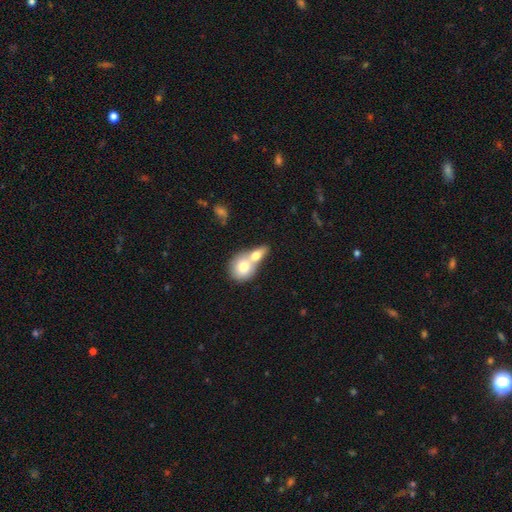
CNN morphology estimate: Smooth or featured? Predicted: smooth (p=0.72). How rounded? Predicted: round (p=0.49). Merging? Predicted: merger (p=0.71).